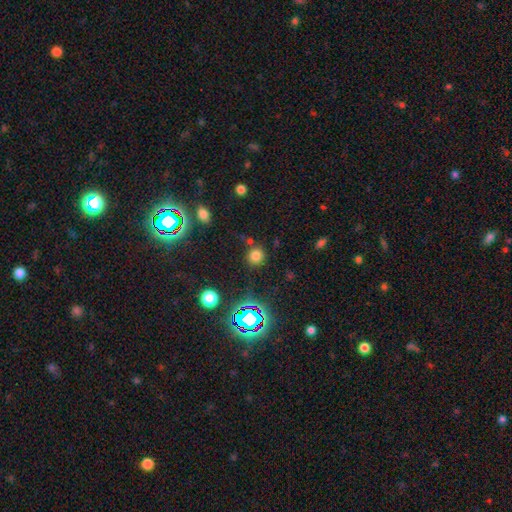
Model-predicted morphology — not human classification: The model was most divided on "smooth or featured": smooth: 72%, star or artifact: 22%, featured or disk: 7%. More confident: how rounded — round (90%); merging — none (79%).